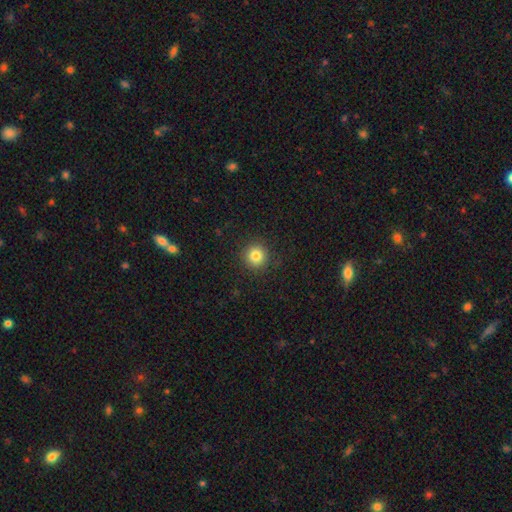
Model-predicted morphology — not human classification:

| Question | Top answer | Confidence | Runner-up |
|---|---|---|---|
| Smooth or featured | smooth | 82% | star or artifact (12%) |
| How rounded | round | 94% | in between (5%) |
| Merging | none | 90% | minor disturbance (6%) |